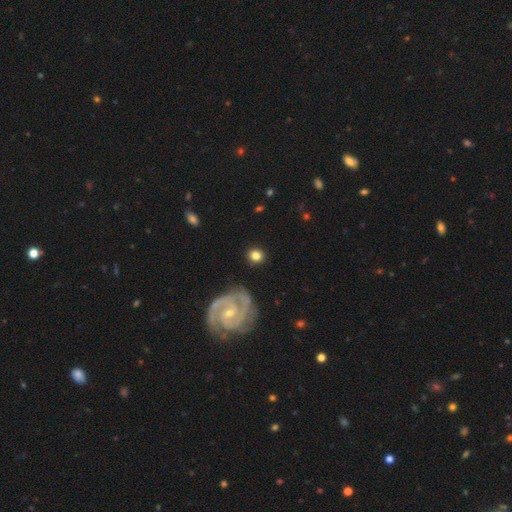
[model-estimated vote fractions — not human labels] This is likely a smooth galaxy (70%). How rounded: clearly round (84%). Merging: clearly none (87%).